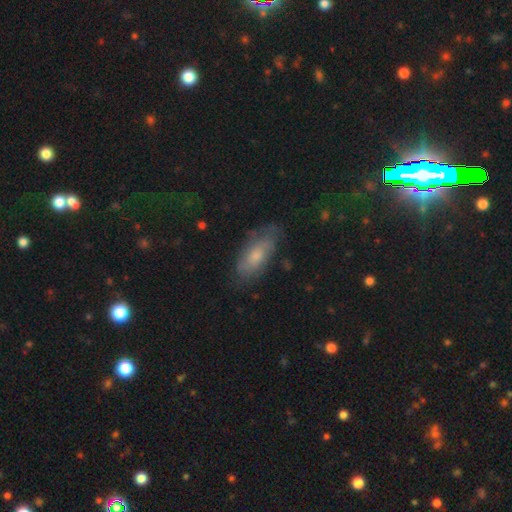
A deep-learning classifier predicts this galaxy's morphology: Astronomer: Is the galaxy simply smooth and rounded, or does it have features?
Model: smooth — 58% (runner-up: featured or disk, 34%).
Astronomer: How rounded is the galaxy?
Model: in between — 81%.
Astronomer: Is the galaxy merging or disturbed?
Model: none — 67%.